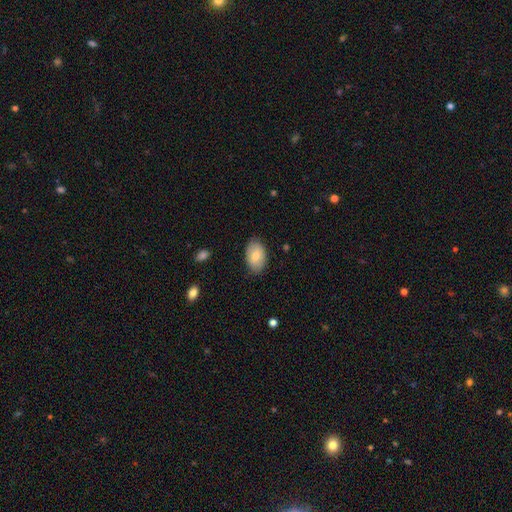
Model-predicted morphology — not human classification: Smooth or featured?
  - smooth: 74% *
  - featured or disk: 20%
  - star or artifact: 7%
How rounded?
  - in between: 92% *
  - round: 6%
  - cigar-shaped: 1%
Merging?
  - none: 84% *
  - minor disturbance: 13%
  - major disturbance: 2%
  - merger: 1%